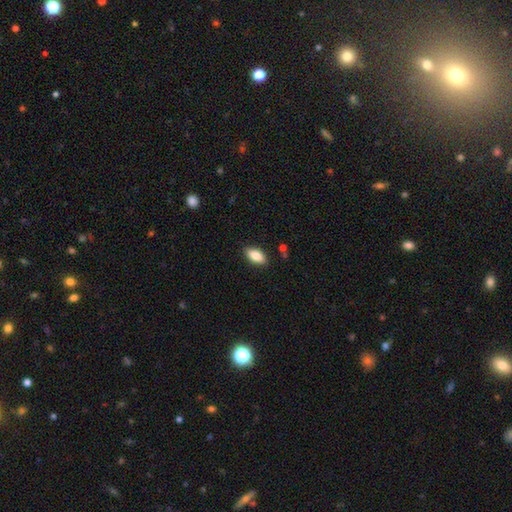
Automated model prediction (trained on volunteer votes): smooth 85%, featured or disk 8%, star or artifact 7%. Down the decision tree: how rounded — in between (91%); merging — none (86%).